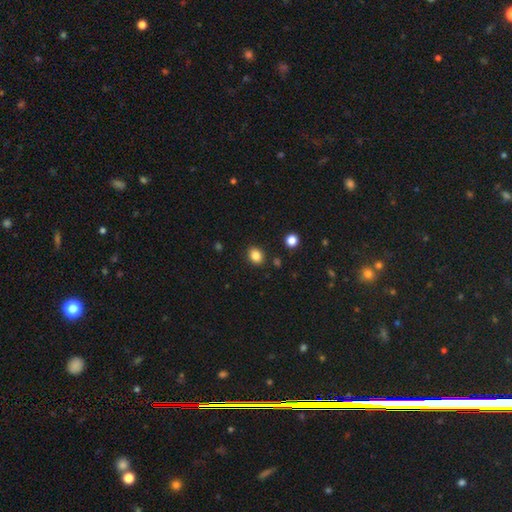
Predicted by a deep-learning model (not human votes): Q: Smooth or featured?
A: smooth (85%); runner-up: star or artifact (11%)
Q: How rounded?
A: round (52%); runner-up: in between (47%)
Q: Merging?
A: none (88%); runner-up: minor disturbance (8%)